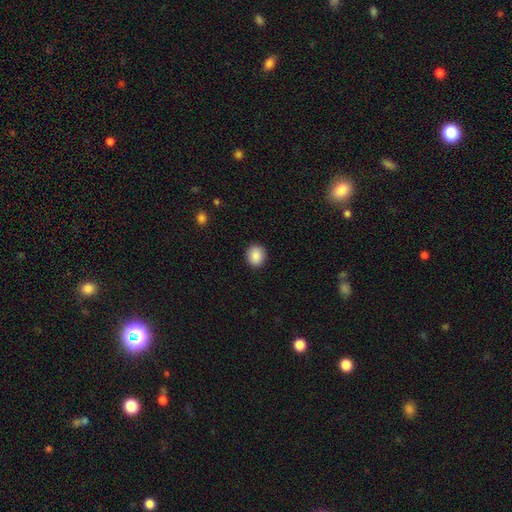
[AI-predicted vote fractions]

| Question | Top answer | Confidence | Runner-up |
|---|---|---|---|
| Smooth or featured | smooth | 88% | star or artifact (8%) |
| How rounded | round | 81% | in between (18%) |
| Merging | none | 91% | minor disturbance (6%) |